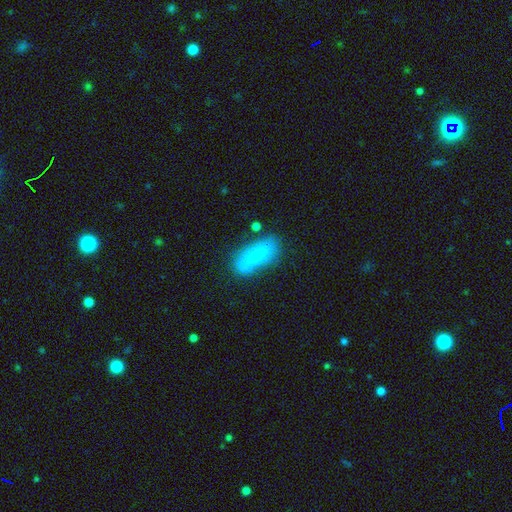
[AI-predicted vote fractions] Smooth or featured? Predicted: smooth (p=0.77). How rounded? Predicted: in between (p=0.63). Merging? Predicted: none (p=0.63).